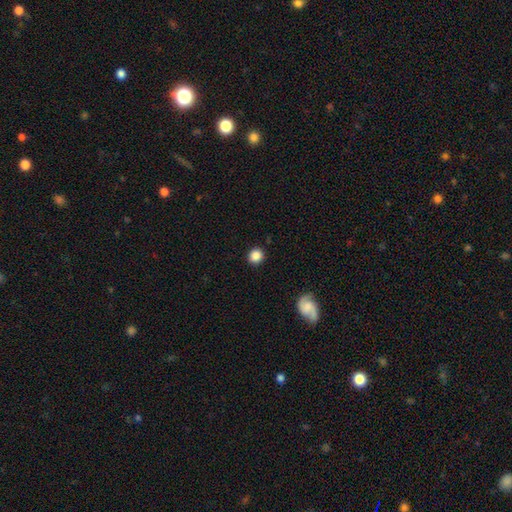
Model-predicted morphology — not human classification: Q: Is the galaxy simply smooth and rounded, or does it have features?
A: smooth — 86%.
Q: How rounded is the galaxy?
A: round — 87%.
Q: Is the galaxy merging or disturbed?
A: none — 90%.